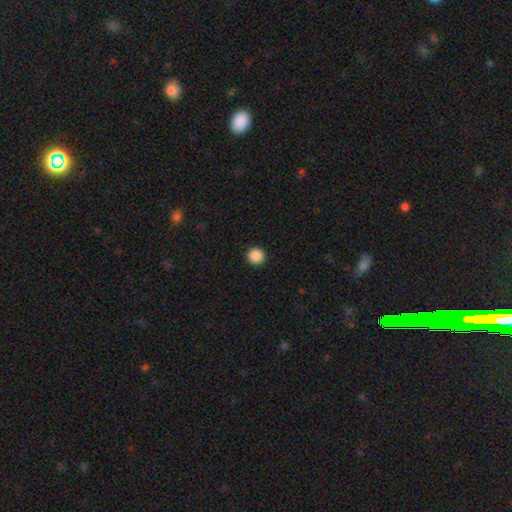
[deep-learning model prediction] Q: Smooth or featured?
A: smooth (88%); runner-up: star or artifact (10%)
Q: How rounded?
A: round (95%); runner-up: in between (4%)
Q: Merging?
A: none (93%); runner-up: minor disturbance (4%)